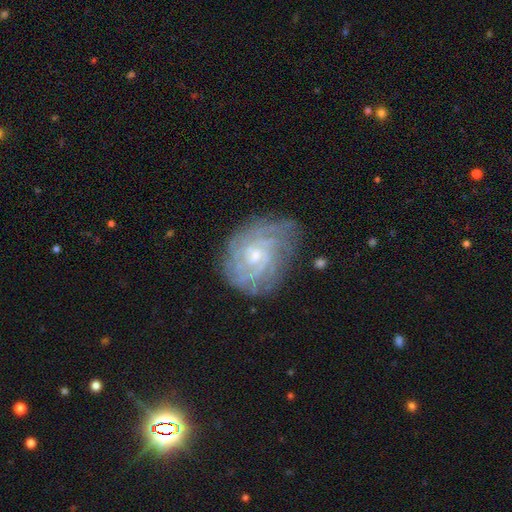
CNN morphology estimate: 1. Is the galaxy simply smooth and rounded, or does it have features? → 81% featured or disk, 11% smooth, 7% star or artifact.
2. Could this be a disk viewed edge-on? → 97% no, 3% yes.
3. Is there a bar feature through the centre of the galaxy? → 71% no, 25% weak, 4% strong.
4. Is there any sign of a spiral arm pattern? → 94% yes, 6% no.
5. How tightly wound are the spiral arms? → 72% tight, 22% medium, 6% loose.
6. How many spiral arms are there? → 41% can't tell, 18% 4, 13% 3, 12% more than 4, 11% 2, 6% 1.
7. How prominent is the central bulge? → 69% small, 27% moderate, 2% none, 1% large, 1% dominant.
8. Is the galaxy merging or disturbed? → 72% none, 19% minor disturbance, 8% major disturbance, 2% merger.